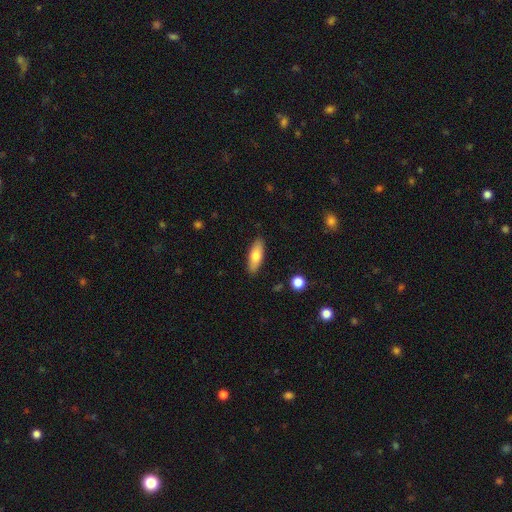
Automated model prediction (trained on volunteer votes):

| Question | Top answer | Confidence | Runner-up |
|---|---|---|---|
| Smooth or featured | smooth | 71% | featured or disk (23%) |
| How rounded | in between | 63% | cigar-shaped (35%) |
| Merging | none | 88% | minor disturbance (9%) |